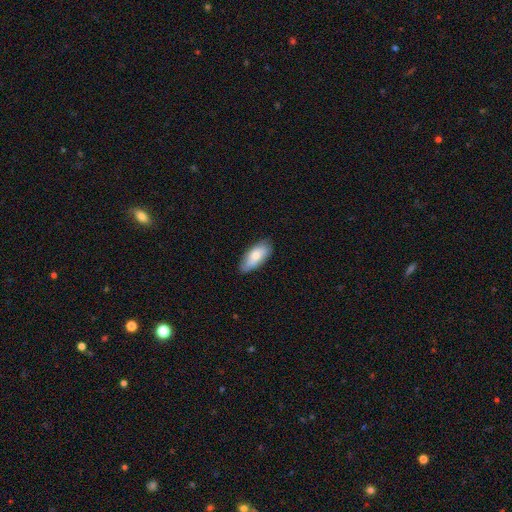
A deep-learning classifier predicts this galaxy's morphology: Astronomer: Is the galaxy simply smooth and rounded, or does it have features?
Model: smooth — 73%.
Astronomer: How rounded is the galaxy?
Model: in between — 86%.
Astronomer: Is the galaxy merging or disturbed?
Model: none — 78%.